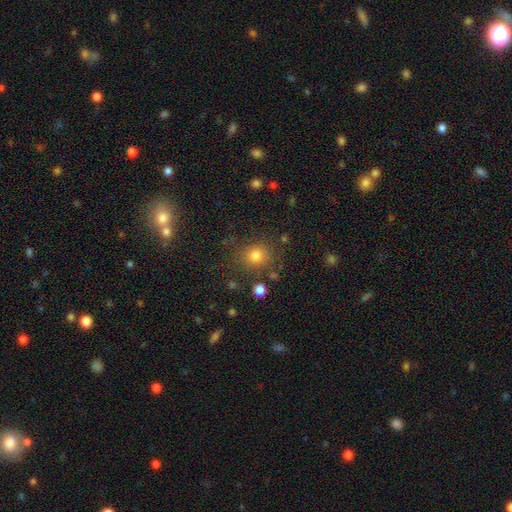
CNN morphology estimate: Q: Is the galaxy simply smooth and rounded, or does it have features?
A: smooth — 79%.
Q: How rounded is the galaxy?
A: round — 84%.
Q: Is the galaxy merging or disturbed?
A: none — 82%.